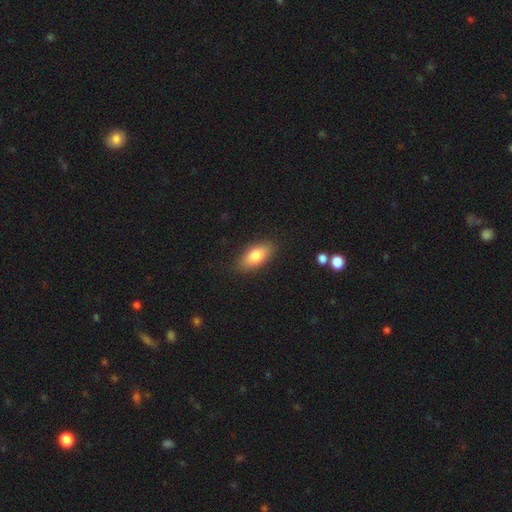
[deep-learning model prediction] Smooth or featured? smooth (79%)
How rounded? in between (87%)
Merging? none (87%)